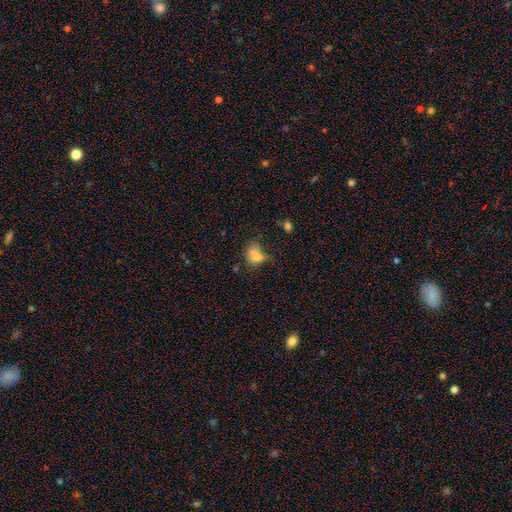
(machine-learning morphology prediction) Smooth or featured?
  - smooth: 68% *
  - featured or disk: 16%
  - star or artifact: 15%
How rounded?
  - in between: 67% *
  - round: 31%
  - cigar-shaped: 2%
Merging?
  - none: 32% *
  - minor disturbance: 24%
  - merger: 23%
  - major disturbance: 21%